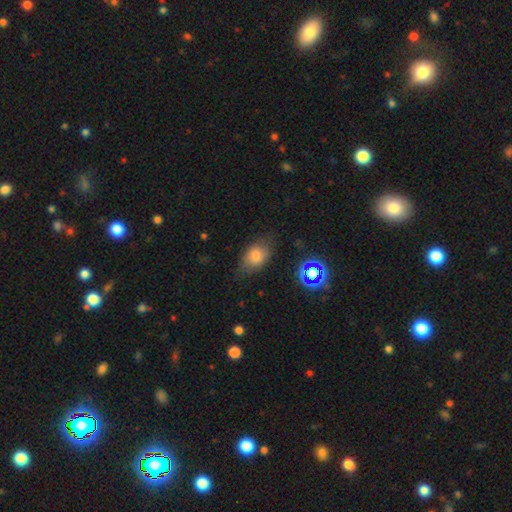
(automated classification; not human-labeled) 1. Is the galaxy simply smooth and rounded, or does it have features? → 76% smooth, 12% star or artifact, 11% featured or disk.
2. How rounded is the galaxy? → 77% in between, 21% round, 2% cigar-shaped.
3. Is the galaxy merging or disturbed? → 68% none, 22% minor disturbance, 7% major disturbance, 2% merger.